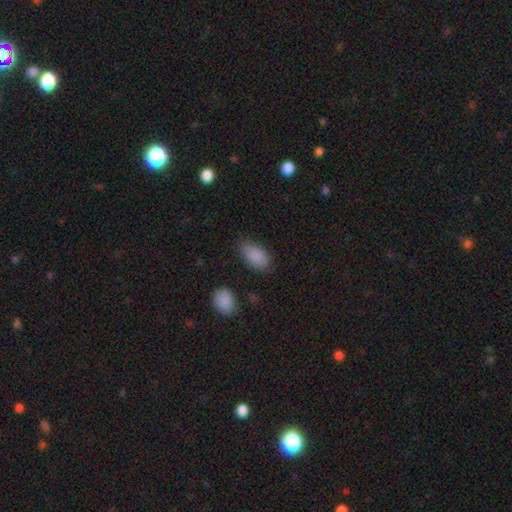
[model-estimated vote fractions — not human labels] The model was most divided on "merging": none: 76%, minor disturbance: 17%, major disturbance: 4%, merger: 2%. More confident: how rounded — in between (93%); smooth or featured — smooth (88%).